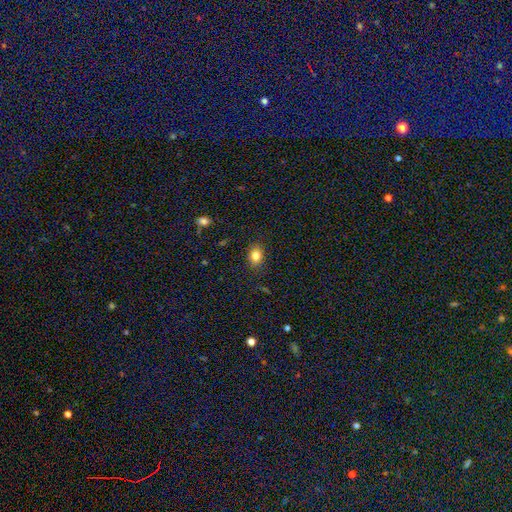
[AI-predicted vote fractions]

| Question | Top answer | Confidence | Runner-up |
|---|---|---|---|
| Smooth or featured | smooth | 82% | star or artifact (11%) |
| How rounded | in between | 60% | round (39%) |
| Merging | none | 87% | minor disturbance (10%) |